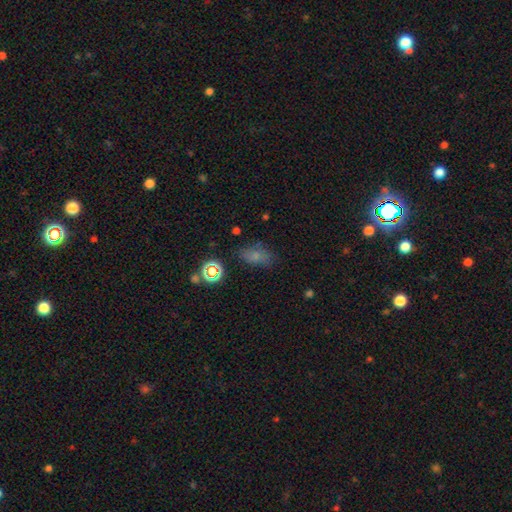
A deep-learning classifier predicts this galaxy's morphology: A smooth galaxy with no disk features (69%) that is in between round and cigar-shaped (83%).

Vote fractions:
- Smooth or featured? smooth: 69% / star or artifact: 19% / featured or disk: 12%
- How rounded? in between: 83% / round: 13% / cigar-shaped: 4%
- Merging? none: 71% / minor disturbance: 19% / major disturbance: 7% / merger: 3%